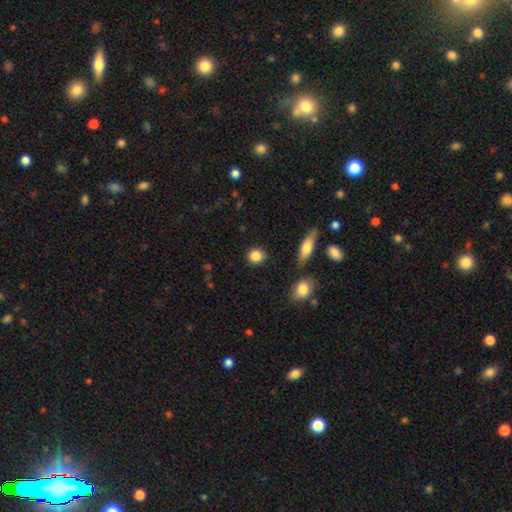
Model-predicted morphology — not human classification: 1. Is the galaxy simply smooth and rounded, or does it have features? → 86% smooth, 8% star or artifact, 6% featured or disk.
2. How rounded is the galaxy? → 84% round, 14% in between, 2% cigar-shaped.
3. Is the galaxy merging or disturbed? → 88% none, 7% minor disturbance, 2% major disturbance, 2% merger.